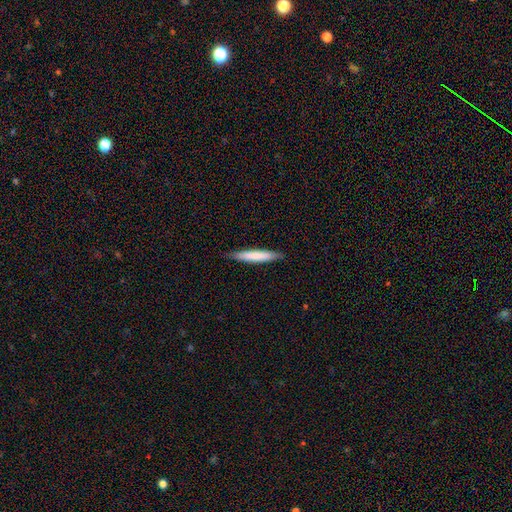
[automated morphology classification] Smooth or featured? smooth (74%)
How rounded? cigar-shaped (92%)
Merging? none (87%)